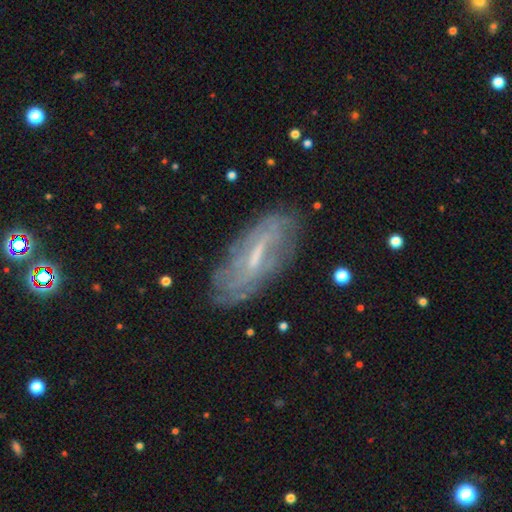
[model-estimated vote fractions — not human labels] This is likely a featured or disk galaxy (70%). It is likely not viewed edge-on (79%). Bar: possibly weak (46%). Spiral arm pattern: likely yes (70%). Central bulge: possibly small (47%). Merging: likely none (74%).